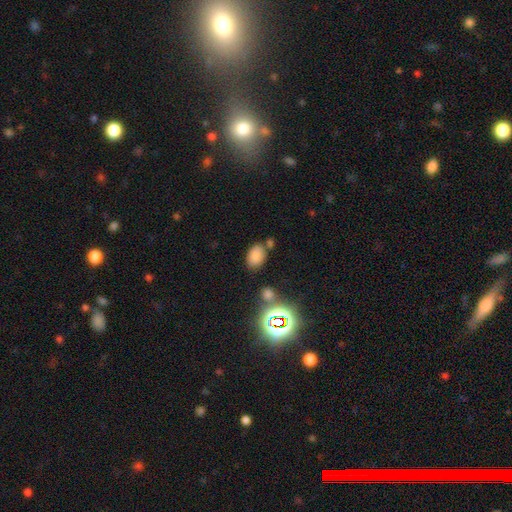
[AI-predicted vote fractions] This appears to be a smooth galaxy with no disk features (77%) that is in between round and cigar-shaped (87%). Merging: none (71%).